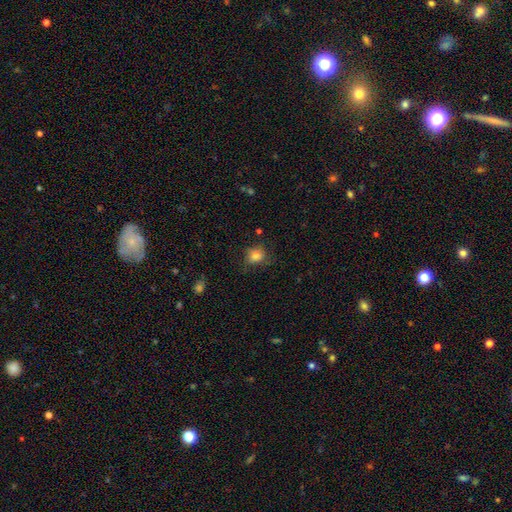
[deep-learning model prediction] A smooth galaxy with no disk features (80%) that is round (72%). Merging: none (68%).